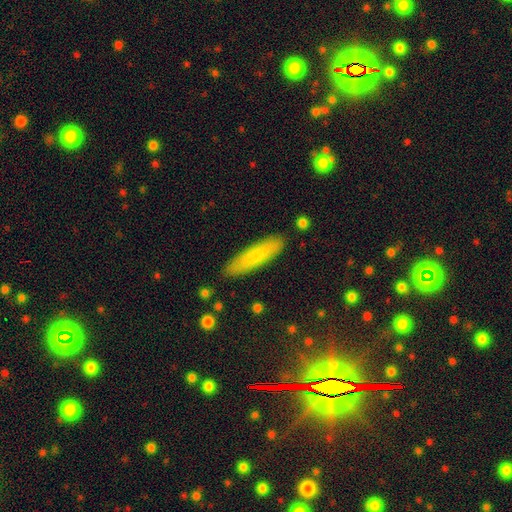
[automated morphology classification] A smooth galaxy with no disk features (77%) that is cigar-shaped (75%). Merging: none (88%).